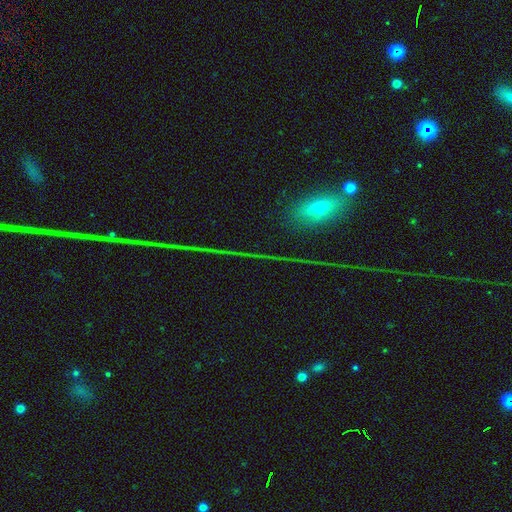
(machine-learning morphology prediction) A star or artifact, not a galaxy (47%).

Vote fractions:
- Smooth or featured? star or artifact: 47% / smooth: 29% / featured or disk: 24%